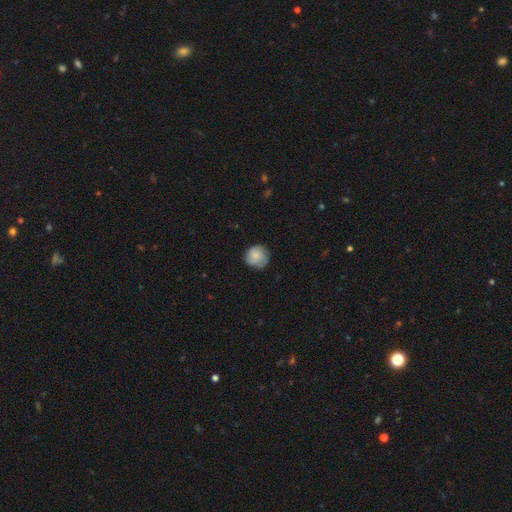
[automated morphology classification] Smooth or featured? Predicted: smooth (p=0.68). How rounded? Predicted: round (p=0.90). Merging? Predicted: none (p=0.74).